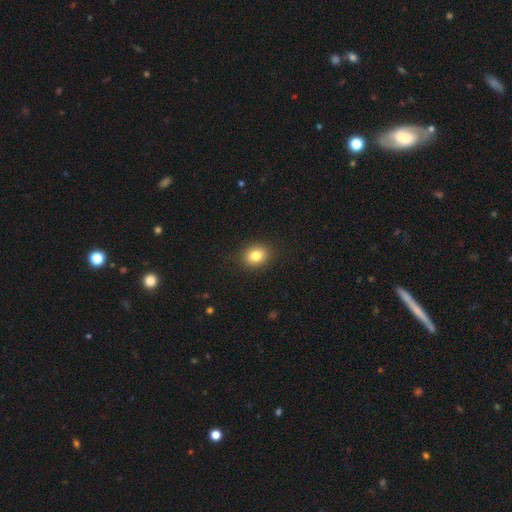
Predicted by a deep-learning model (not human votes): smooth_or_featured: smooth (p=0.82) [alt: star or artifact p=0.11]
how_rounded: round (p=0.57) [alt: in between p=0.42]
merging: none (p=0.89) [alt: minor disturbance p=0.08]